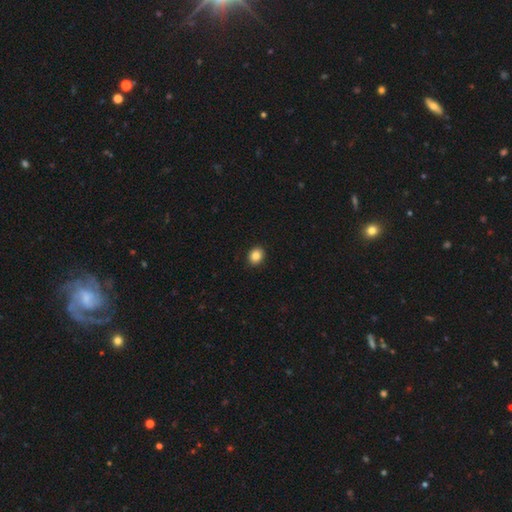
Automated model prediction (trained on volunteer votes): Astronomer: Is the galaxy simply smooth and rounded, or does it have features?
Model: smooth — 86%.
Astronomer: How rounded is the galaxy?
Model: round — 60% (runner-up: in between, 39%).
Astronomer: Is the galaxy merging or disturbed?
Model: none — 92%.